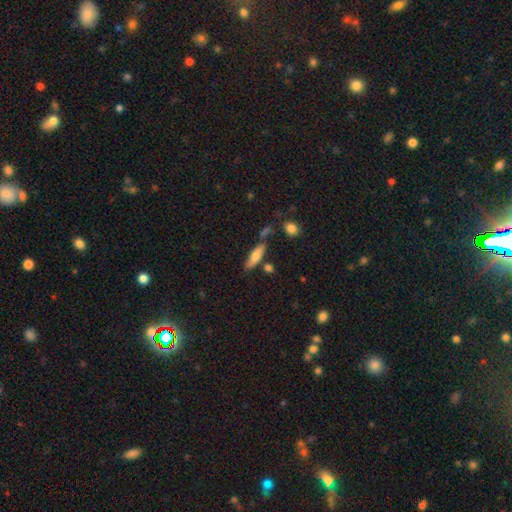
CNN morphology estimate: This is likely a smooth galaxy (70%). How rounded: possibly cigar-shaped (54%). Merging: likely none (67%).